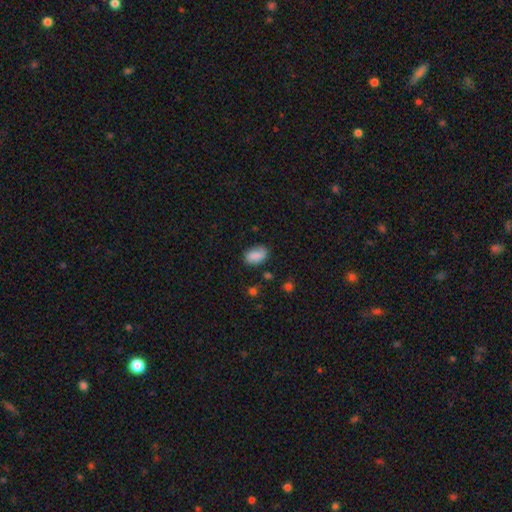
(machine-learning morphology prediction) smooth_or_featured: smooth (p=0.85) [alt: star or artifact p=0.08]
how_rounded: in between (p=0.89) [alt: round p=0.09]
merging: none (p=0.72) [alt: minor disturbance p=0.21]